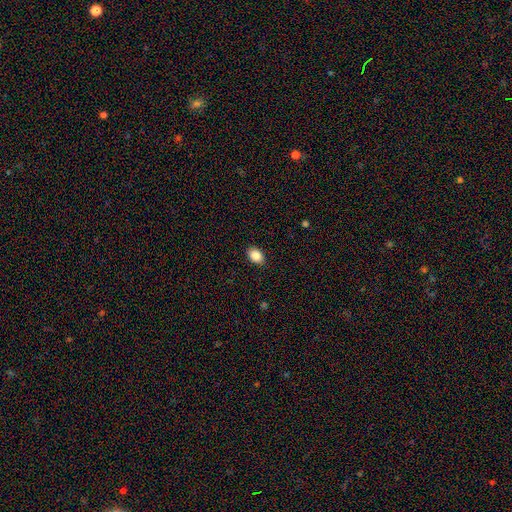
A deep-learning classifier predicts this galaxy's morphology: This is clearly a smooth galaxy (87%). How rounded: clearly in between (81%). Merging: clearly none (89%).